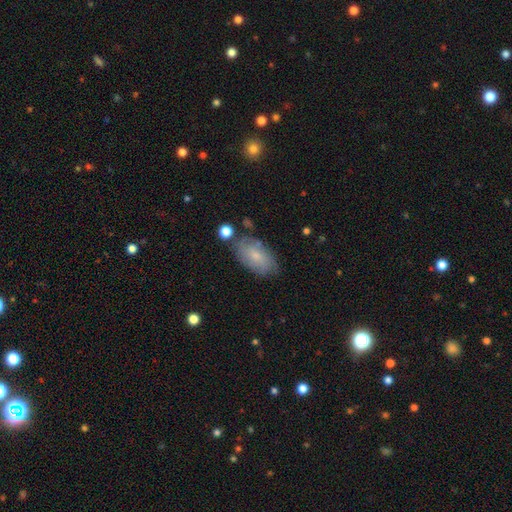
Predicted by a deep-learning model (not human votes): smooth 56%, featured or disk 36%, star or artifact 8%. Down the decision tree: how rounded — in between (92%); merging — none (72%).